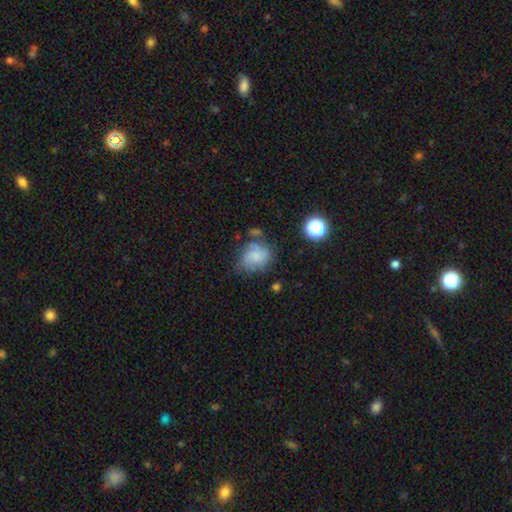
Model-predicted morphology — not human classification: smooth_or_featured: smooth (p=0.56) [alt: featured or disk p=0.32]
how_rounded: round (p=0.54) [alt: in between p=0.44]
merging: none (p=0.50) [alt: minor disturbance p=0.27]